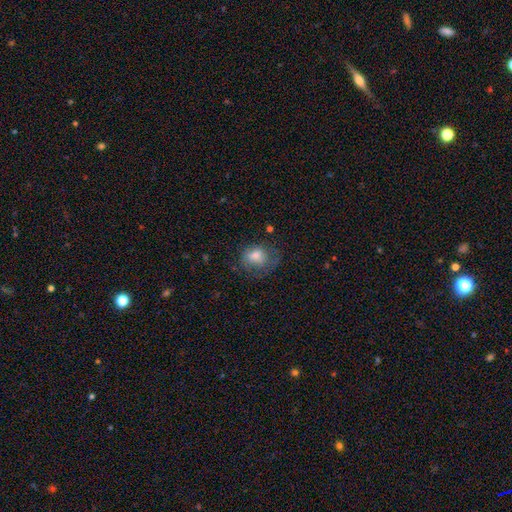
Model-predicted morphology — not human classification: A smooth galaxy with no disk features (66%) that is round (50%).

Vote fractions:
- Smooth or featured? smooth: 66% / featured or disk: 23% / star or artifact: 11%
- How rounded? round: 50% / in between: 48% / cigar-shaped: 1%
- Merging? none: 50% / minor disturbance: 26% / major disturbance: 22% / merger: 2%